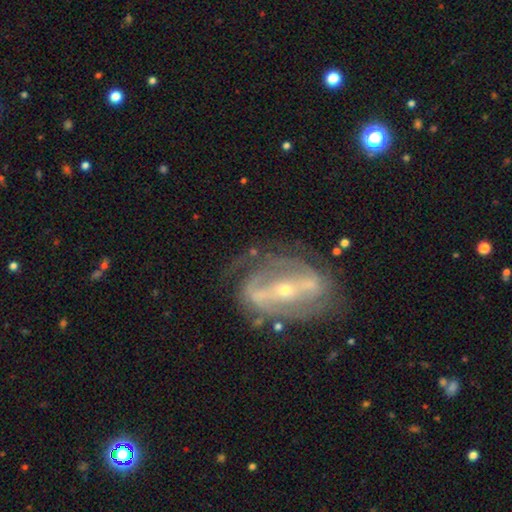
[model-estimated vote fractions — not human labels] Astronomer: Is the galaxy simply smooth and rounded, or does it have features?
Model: featured or disk — 85%.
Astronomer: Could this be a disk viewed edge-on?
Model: no — 91%.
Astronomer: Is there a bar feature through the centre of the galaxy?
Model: strong — 70%.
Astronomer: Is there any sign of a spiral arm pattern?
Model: yes — 73%.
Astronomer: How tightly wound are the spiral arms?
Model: tight — 42% (runner-up: medium, 39%).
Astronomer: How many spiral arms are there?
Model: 2 — 61%.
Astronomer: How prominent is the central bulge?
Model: small — 72%.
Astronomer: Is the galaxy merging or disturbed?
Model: none — 62%.